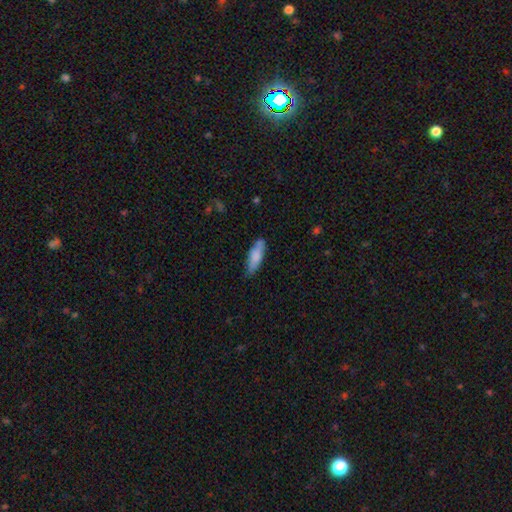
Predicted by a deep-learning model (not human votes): Smooth or featured?
  - smooth: 78% *
  - featured or disk: 16%
  - star or artifact: 6%
How rounded?
  - cigar-shaped: 52% *
  - in between: 46%
  - round: 2%
Merging?
  - none: 73% *
  - minor disturbance: 22%
  - major disturbance: 4%
  - merger: 2%